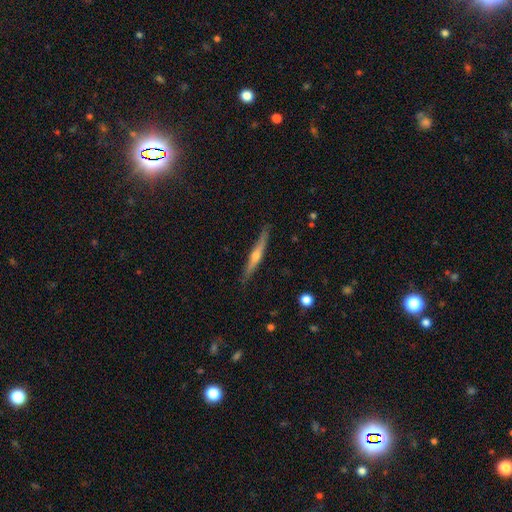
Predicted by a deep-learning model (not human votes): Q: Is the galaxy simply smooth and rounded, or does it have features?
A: featured or disk — 66%.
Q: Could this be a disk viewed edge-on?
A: yes — 97%.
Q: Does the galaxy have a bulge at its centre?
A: rounded — 83%.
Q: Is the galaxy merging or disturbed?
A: none — 87%.